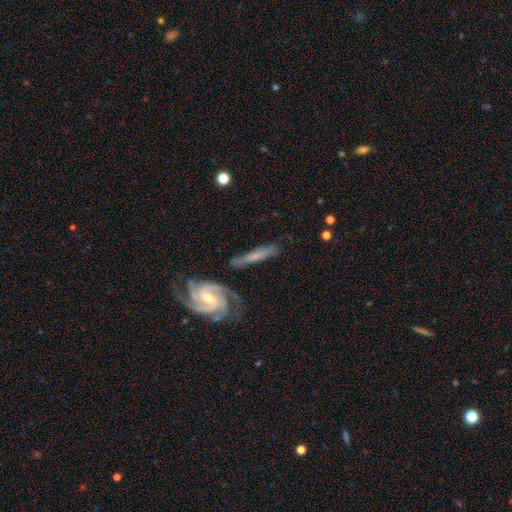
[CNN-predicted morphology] The model was most divided on "edge-on disk": no: 67%, yes: 33%. More confident: merging — none (71%); smooth or featured — featured or disk (66%).